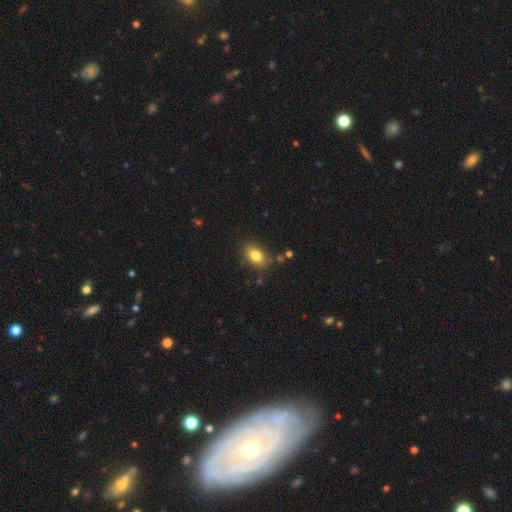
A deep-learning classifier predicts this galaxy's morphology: Smooth or featured? Predicted: smooth (p=0.83). How rounded? Predicted: in between (p=0.82). Merging? Predicted: none (p=0.79).